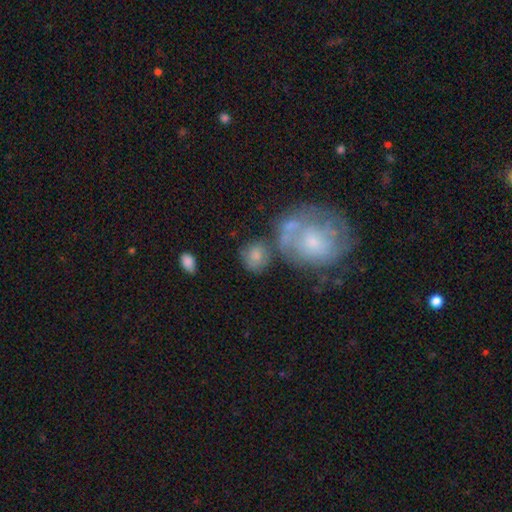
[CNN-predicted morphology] This is likely a smooth galaxy (74%). How rounded: likely round (70%). Merging: possibly none (52%).